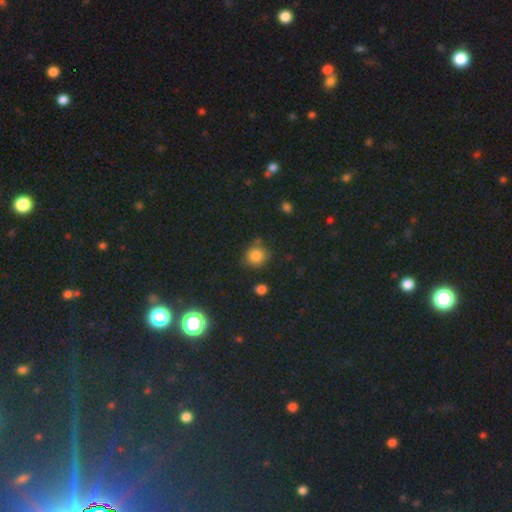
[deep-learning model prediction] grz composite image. It shows a smooth galaxy with no disk features (79%) that is round (82%). Merging: none (74%).